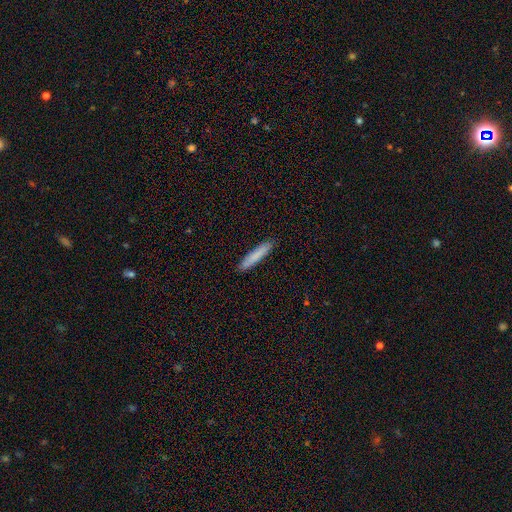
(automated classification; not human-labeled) Smooth or featured: smooth — 82% (featured or disk — 12%)
How rounded: cigar-shaped — 92% (in between — 7%)
Merging: none — 90% (minor disturbance — 8%)